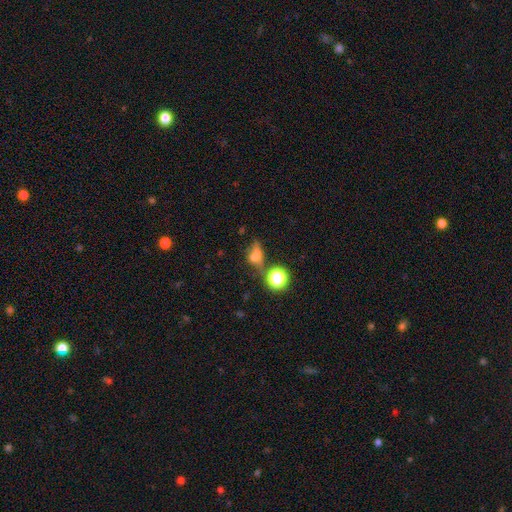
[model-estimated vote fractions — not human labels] Overall: smooth (54%; star or artifact 27%). How rounded: in between (45%, tied with round). Merging: none (40%; merger 27%).